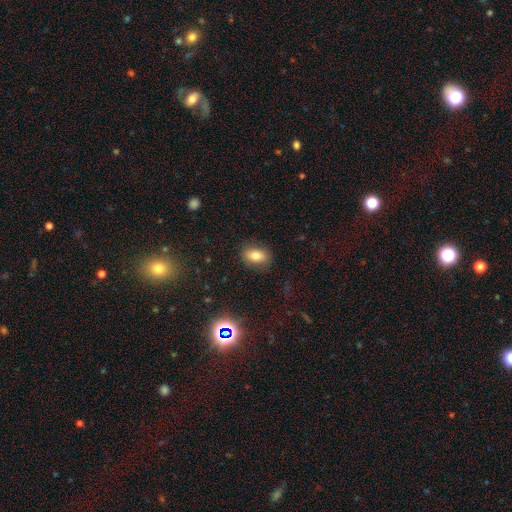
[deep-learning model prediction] smooth_or_featured: smooth (p=0.80) [alt: star or artifact p=0.11]
how_rounded: in between (p=0.82) [alt: round p=0.16]
merging: none (p=0.85) [alt: minor disturbance p=0.11]